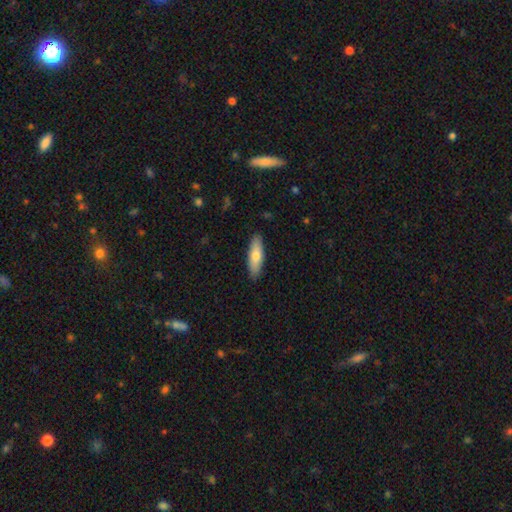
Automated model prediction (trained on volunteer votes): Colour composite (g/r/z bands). It shows a smooth galaxy with no disk features (72%) that is cigar-shaped (50%). Merging: none (89%).